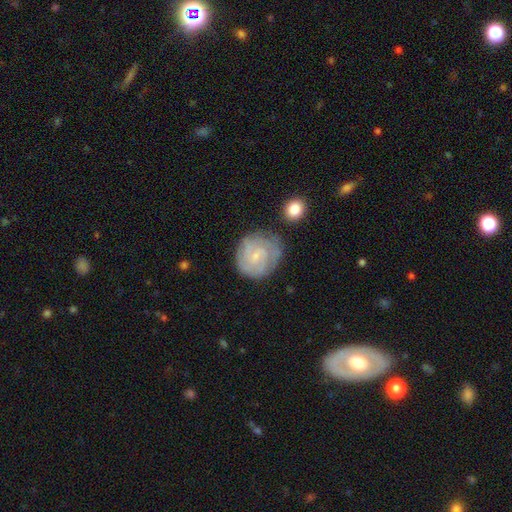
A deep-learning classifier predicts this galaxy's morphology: This is likely a featured or disk galaxy (72%). It is clearly not viewed edge-on (98%). Bar: possibly no (57%). Spiral arm pattern: clearly yes (93%). Spiral arm count: marginally can't tell (34%). Spiral winding: likely tight (67%). Central bulge: likely small (79%). Merging: likely none (68%).